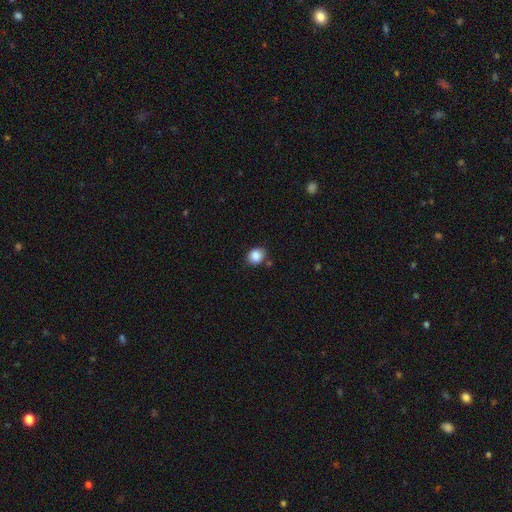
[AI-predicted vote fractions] This is clearly a smooth galaxy (87%). How rounded: likely round (61%). Merging: likely none (79%).